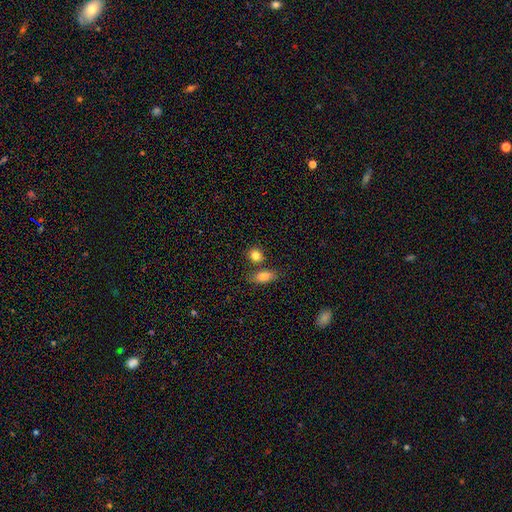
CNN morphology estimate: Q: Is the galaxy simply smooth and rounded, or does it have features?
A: smooth — 84%.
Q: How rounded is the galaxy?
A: round — 68%.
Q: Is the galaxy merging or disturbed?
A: none — 66%.